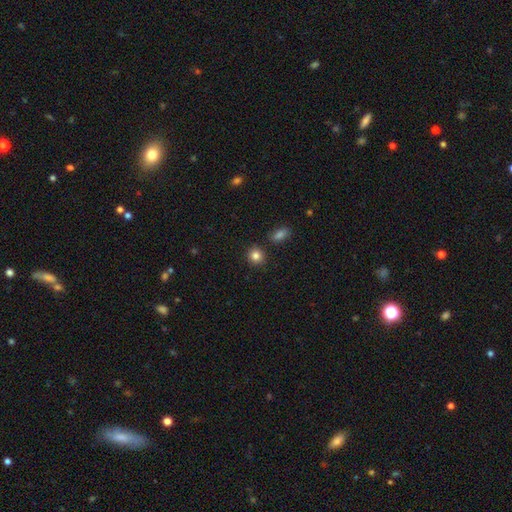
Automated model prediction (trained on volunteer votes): smooth 84%, star or artifact 10%, featured or disk 5%. Down the decision tree: how rounded — round (87%); merging — none (87%).